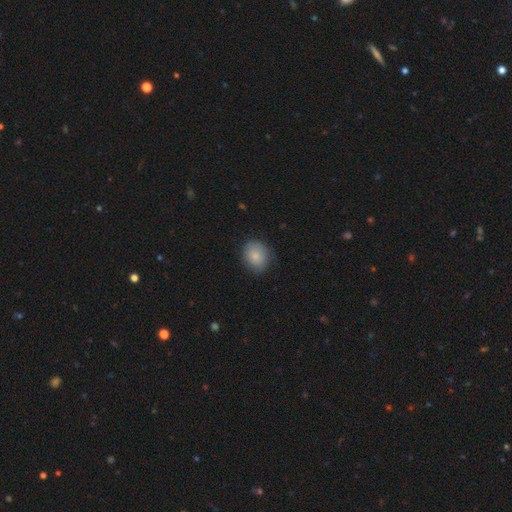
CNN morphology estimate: This is clearly a smooth galaxy (83%). How rounded: likely round (65%). Merging: likely none (80%).